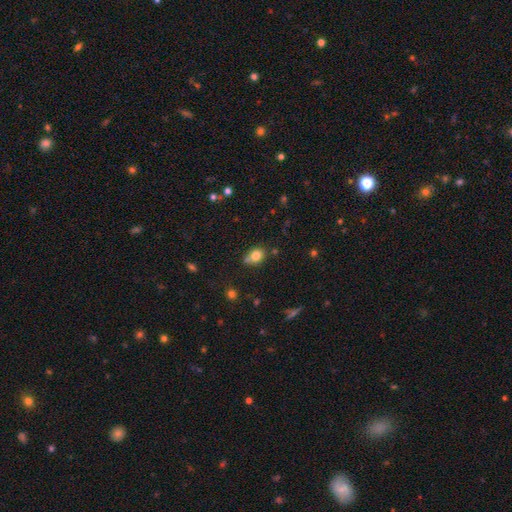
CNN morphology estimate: The model was most divided on "how rounded": in between: 57%, round: 41%, cigar-shaped: 2%. More confident: smooth or featured — smooth (79%); merging — none (59%).